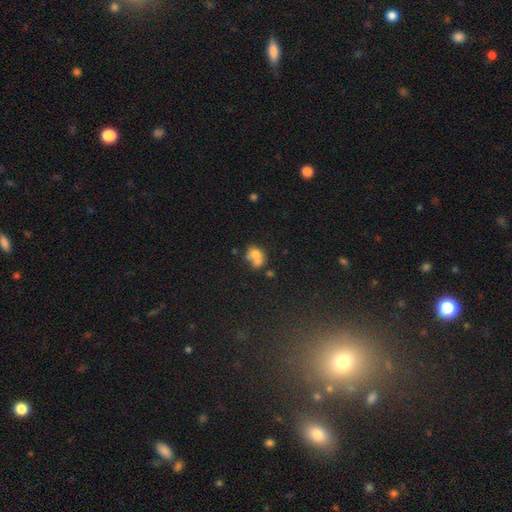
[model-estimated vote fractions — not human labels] This is likely a smooth galaxy (67%). How rounded: possibly in between (53%). Merging: possibly merger (50%).